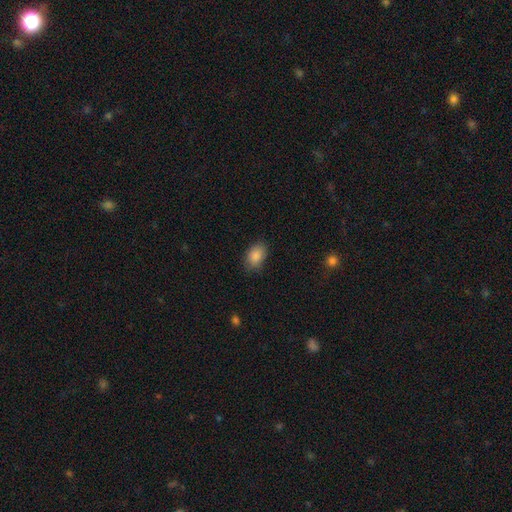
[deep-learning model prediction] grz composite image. It shows a smooth galaxy with no disk features (87%) that is in between round and cigar-shaped (83%). Merging: none (79%).